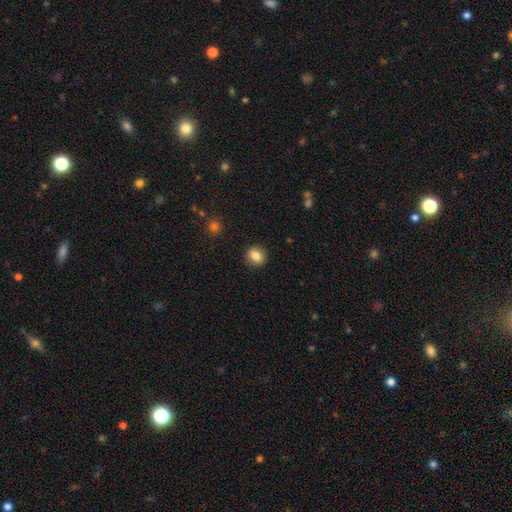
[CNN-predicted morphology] A smooth galaxy with no disk features (82%) that is round (72%).

Vote fractions:
- Smooth or featured? smooth: 82% / featured or disk: 9% / star or artifact: 9%
- How rounded? round: 72% / in between: 26% / cigar-shaped: 1%
- Merging? none: 90% / minor disturbance: 7% / major disturbance: 2% / merger: 1%